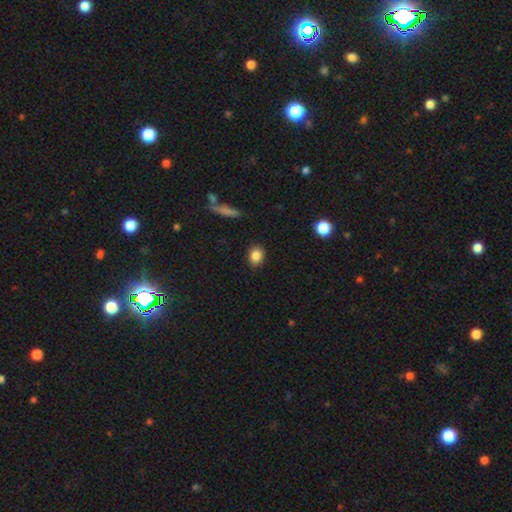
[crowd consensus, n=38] Morphology: type=smooth (100%); roundness=round (58%); merging=none (89%).